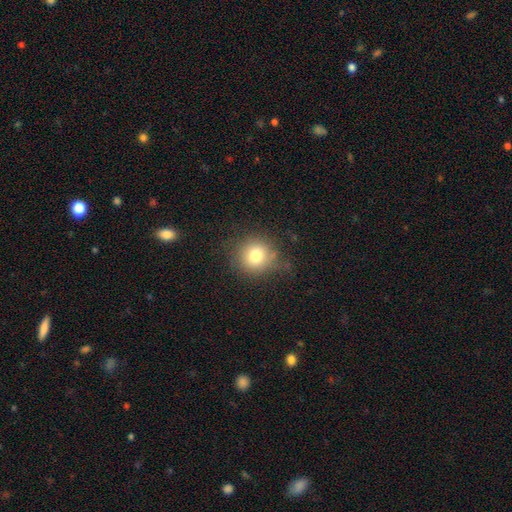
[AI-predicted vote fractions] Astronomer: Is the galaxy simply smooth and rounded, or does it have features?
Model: smooth — 77%.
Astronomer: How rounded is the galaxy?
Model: round — 90%.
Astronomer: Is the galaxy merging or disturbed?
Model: none — 77%.